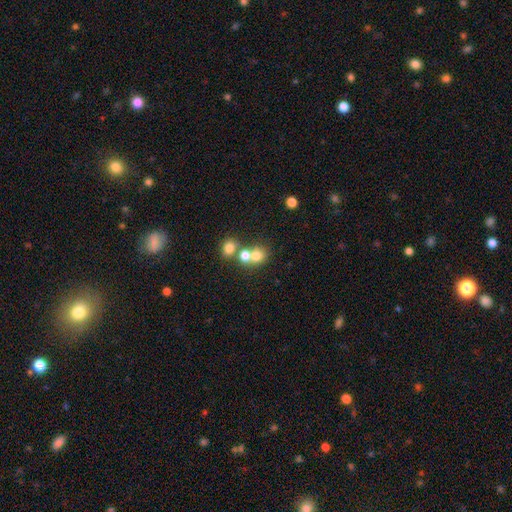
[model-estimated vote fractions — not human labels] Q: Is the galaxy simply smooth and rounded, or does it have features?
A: smooth — 72%.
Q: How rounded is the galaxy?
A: round — 74%.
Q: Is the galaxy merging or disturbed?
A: merger — 50%.